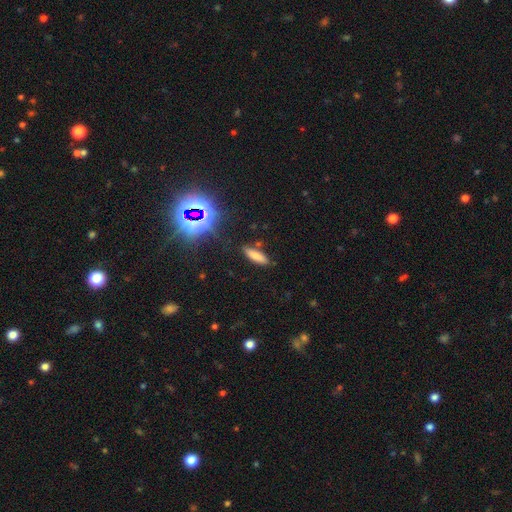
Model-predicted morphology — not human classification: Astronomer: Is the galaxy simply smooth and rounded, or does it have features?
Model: smooth — 73%.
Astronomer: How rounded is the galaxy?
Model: cigar-shaped — 53% (runner-up: in between, 44%).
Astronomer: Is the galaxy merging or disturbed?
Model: none — 83%.